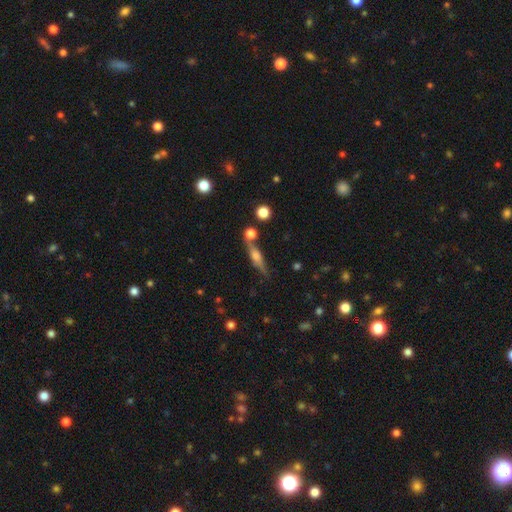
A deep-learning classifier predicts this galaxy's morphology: Smooth or featured? featured or disk (58%)
Edge-on disk? yes (93%)
Edge-on bulge? rounded (76%)
Merging? none (67%)